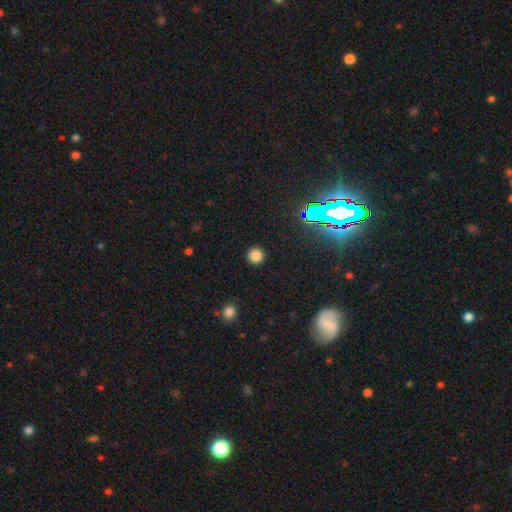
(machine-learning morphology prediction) Smooth or featured? smooth (81%)
How rounded? round (95%)
Merging? none (92%)